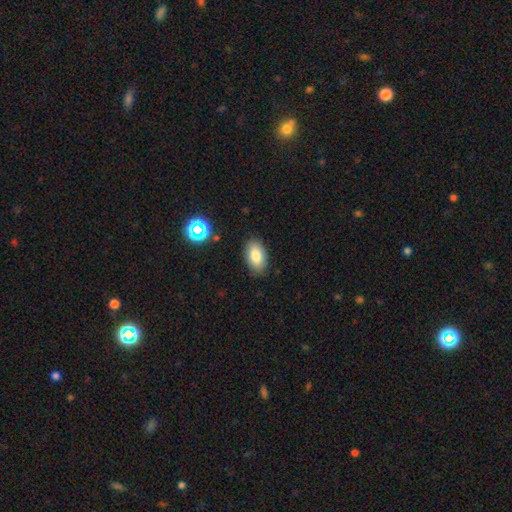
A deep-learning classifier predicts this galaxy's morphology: Q: Smooth or featured?
A: smooth (82%); runner-up: star or artifact (9%)
Q: How rounded?
A: in between (93%); runner-up: round (6%)
Q: Merging?
A: none (86%); runner-up: minor disturbance (10%)